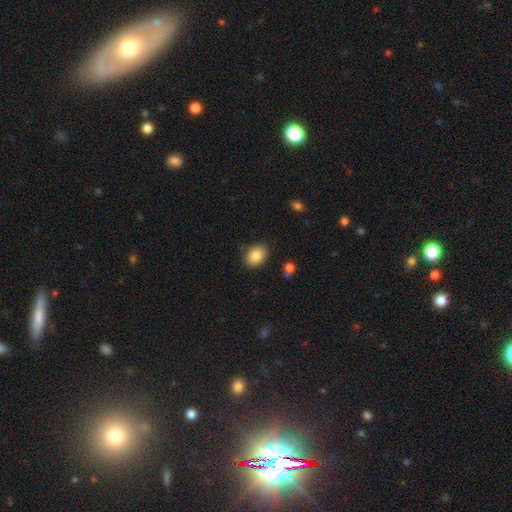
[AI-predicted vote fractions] This appears to be a smooth galaxy with no disk features (85%) that is in between round and cigar-shaped (71%). Merging: none (86%).